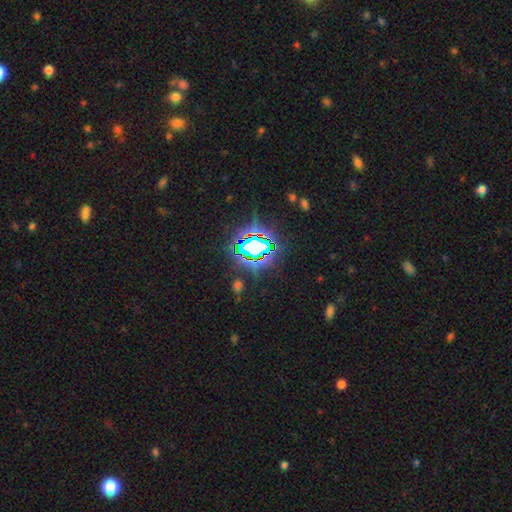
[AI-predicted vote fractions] Smooth or featured? Predicted: star or artifact (p=0.77).